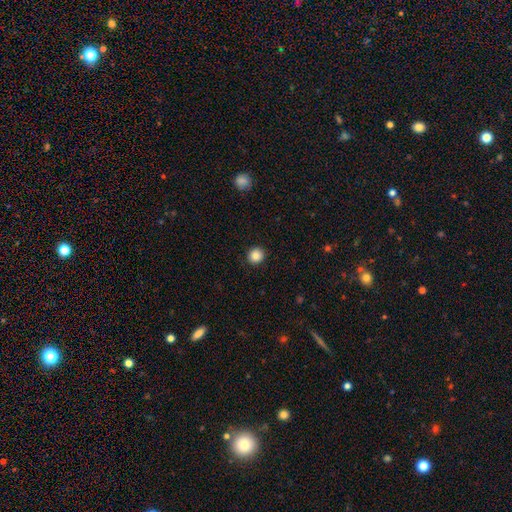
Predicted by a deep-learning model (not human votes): Q: Smooth or featured?
A: smooth (85%); runner-up: star or artifact (10%)
Q: How rounded?
A: round (91%); runner-up: in between (8%)
Q: Merging?
A: none (92%); runner-up: minor disturbance (5%)